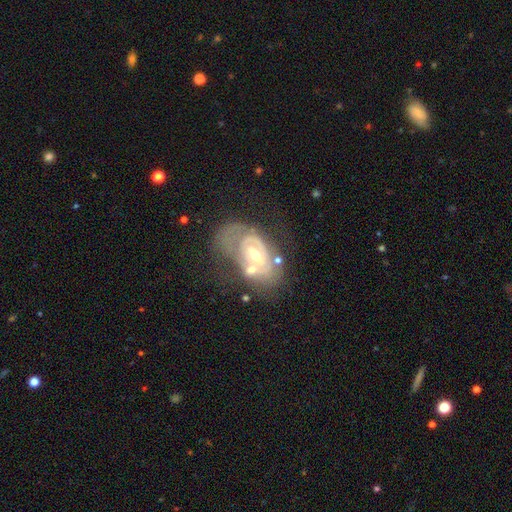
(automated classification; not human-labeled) The model was most divided on "spiral arm count": 2: 38%, can't tell: 36%, 1: 17%, 3: 5%, 4: 2%, more than 4: 2%. Remaining: edge-on disk — no (95%); smooth or featured — featured or disk (80%); spiral arms — yes (72%); spiral winding — tight (60%); bulge size — moderate (52%); bar — no (47%); merging — none (39%).